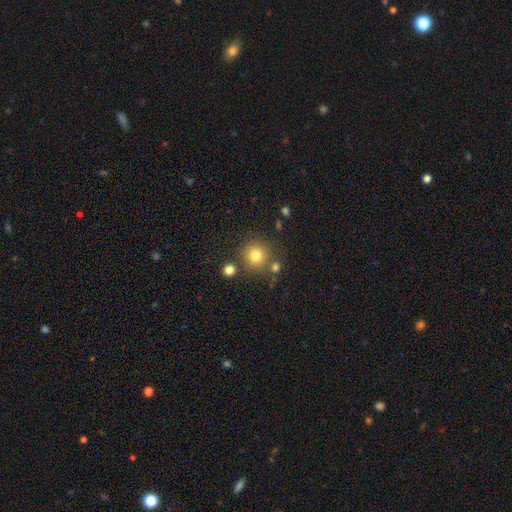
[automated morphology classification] smooth_or_featured: smooth (p=0.78) [alt: star or artifact p=0.13]
how_rounded: round (p=0.93) [alt: in between p=0.06]
merging: none (p=0.77) [alt: merger p=0.10]